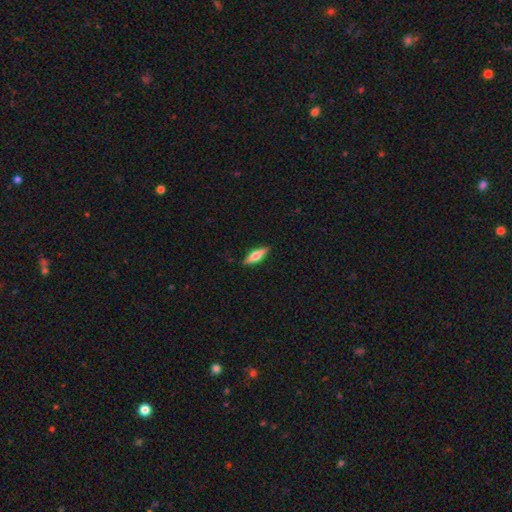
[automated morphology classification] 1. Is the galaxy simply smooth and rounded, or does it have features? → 50% featured or disk, 44% smooth, 6% star or artifact.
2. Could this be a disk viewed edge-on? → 95% yes, 5% no.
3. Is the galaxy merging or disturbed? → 90% none, 8% minor disturbance, 2% major disturbance, 1% merger.